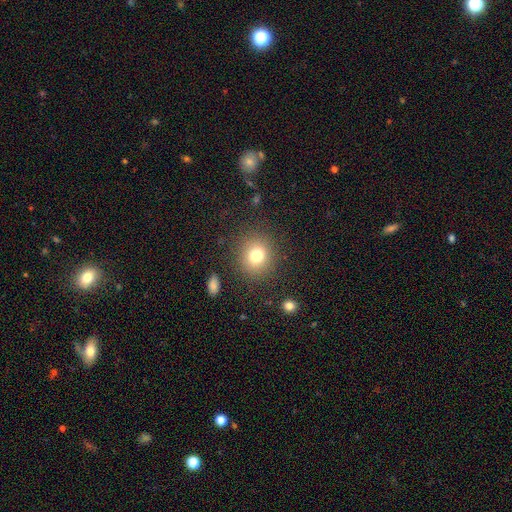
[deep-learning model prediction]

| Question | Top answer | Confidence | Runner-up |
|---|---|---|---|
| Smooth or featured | smooth | 77% | star or artifact (13%) |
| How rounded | round | 76% | in between (23%) |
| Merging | none | 83% | minor disturbance (10%) |